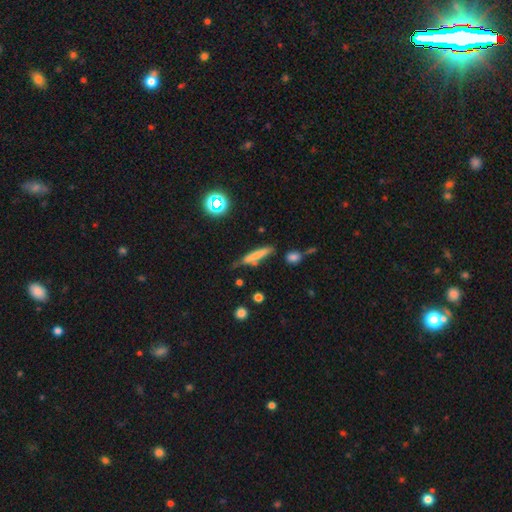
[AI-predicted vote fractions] Morphology: type=smooth (64%); roundness=cigar-shaped (87%); merging=none (62%).